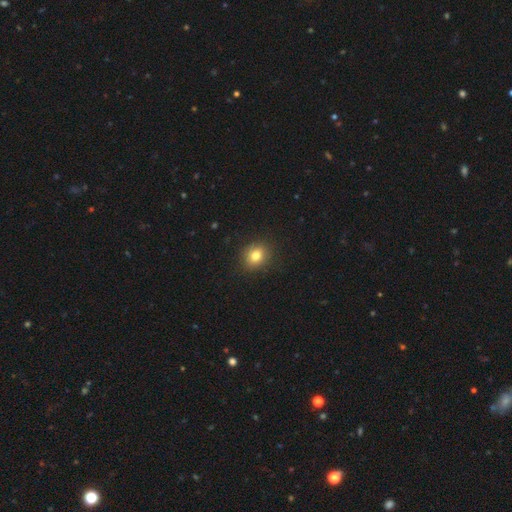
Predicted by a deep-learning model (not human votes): The model was most divided on "how rounded": round: 68%, in between: 31%, cigar-shaped: 1%. More confident: merging — none (89%); smooth or featured — smooth (80%).